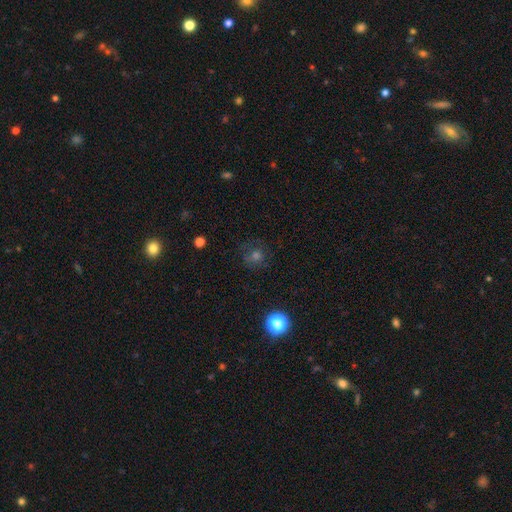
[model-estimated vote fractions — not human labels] This appears to be a smooth galaxy with no disk features (52%) that is round (89%). Merging: none (77%).